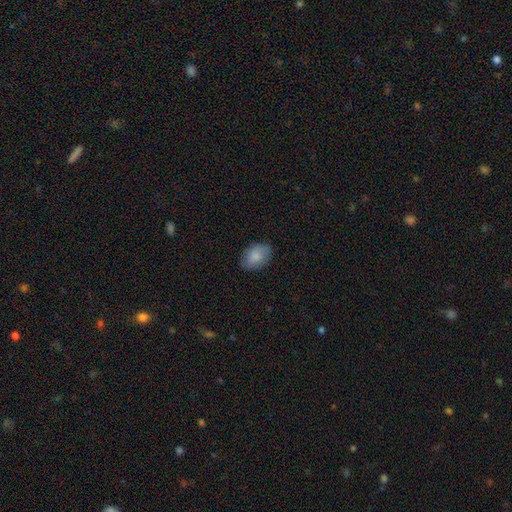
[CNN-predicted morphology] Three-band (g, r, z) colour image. It shows a smooth galaxy with no disk features (85%) that is in between round and cigar-shaped (84%). Merging: none (82%).